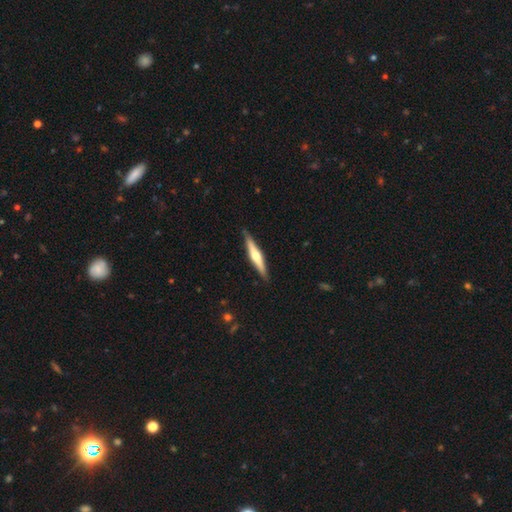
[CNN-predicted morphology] featured or disk 60%, smooth 35%, star or artifact 5%. Down the decision tree: edge-on disk — yes (97%); edge-on bulge — rounded (83%); merging — none (89%).